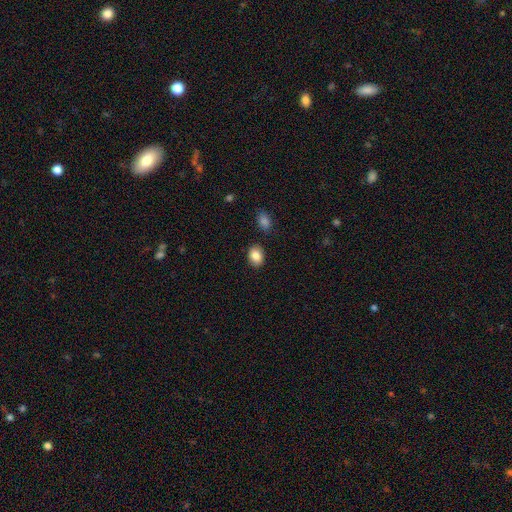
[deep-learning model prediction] smooth-or-featured: smooth: 86% | star or artifact: 8% | featured or disk: 6%
  how-rounded: in between: 66% | round: 33% | cigar-shaped: 1%
  merging: none: 86% | minor disturbance: 9% | merger: 3% | major disturbance: 2%